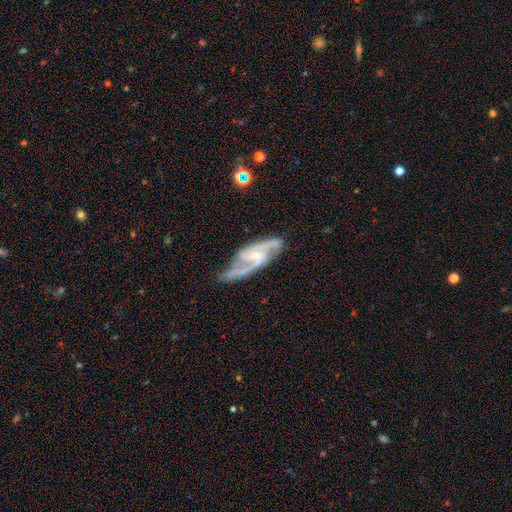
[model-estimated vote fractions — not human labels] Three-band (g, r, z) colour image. It shows a featured or disk galaxy (91%) with a weak bar (44%), 2 (85%) medium (57%) spiral arms (98%) and a small central bulge (71%). Merging: none (73%).